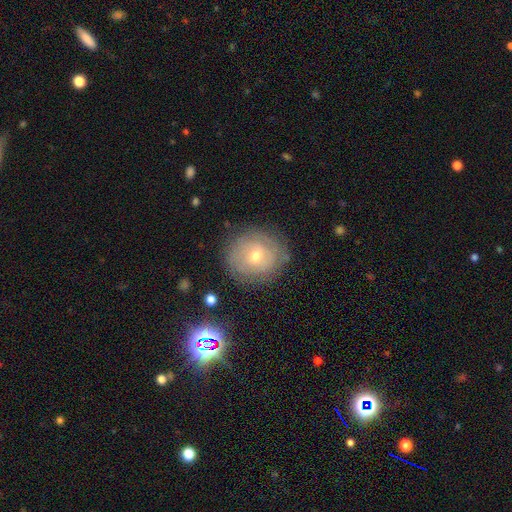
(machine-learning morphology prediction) Smooth or featured: featured or disk — 51% (smooth — 39%)
Edge-on disk: no — 96% (yes — 4%)
Merging: none — 80% (minor disturbance — 13%)